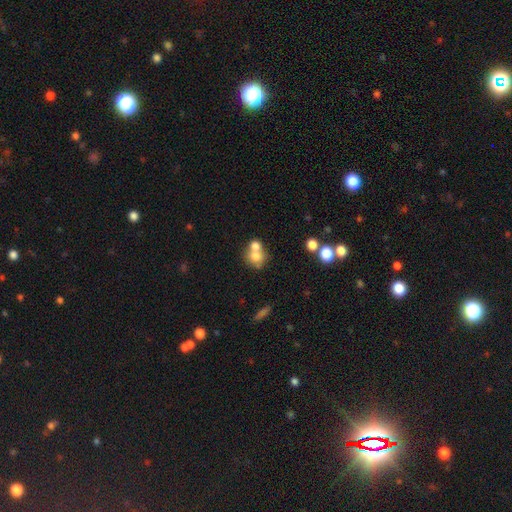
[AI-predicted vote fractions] Morphology: type=smooth (70%); roundness=round (77%); merging=merger (50%).